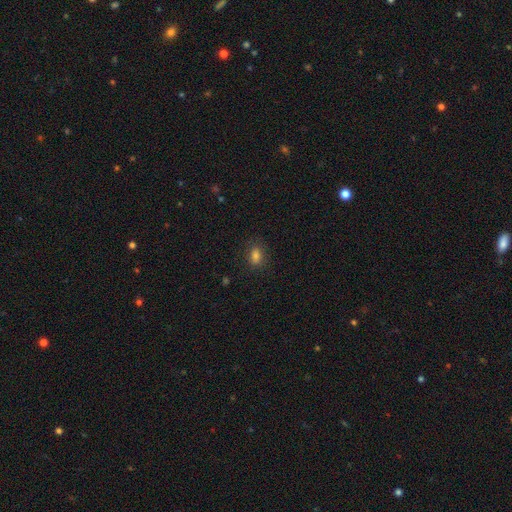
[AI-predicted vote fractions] This appears to be a smooth galaxy with no disk features (81%) that is in between round and cigar-shaped (75%). Merging: none (81%).